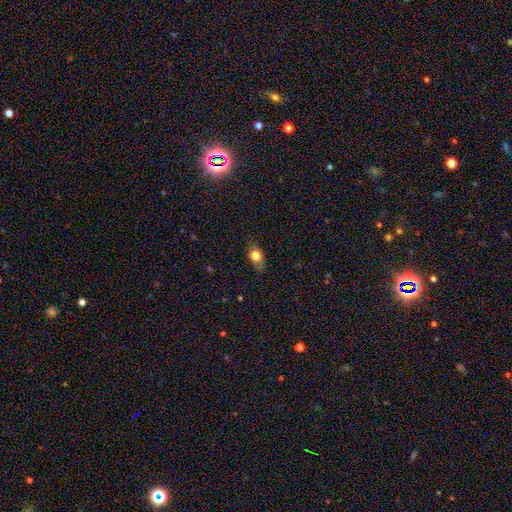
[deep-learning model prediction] A smooth galaxy with no disk features (77%) that is in between round and cigar-shaped (74%).

Vote fractions:
- Smooth or featured? smooth: 77% / featured or disk: 13% / star or artifact: 9%
- How rounded? in between: 74% / round: 21% / cigar-shaped: 4%
- Merging? none: 81% / minor disturbance: 15% / major disturbance: 3% / merger: 1%